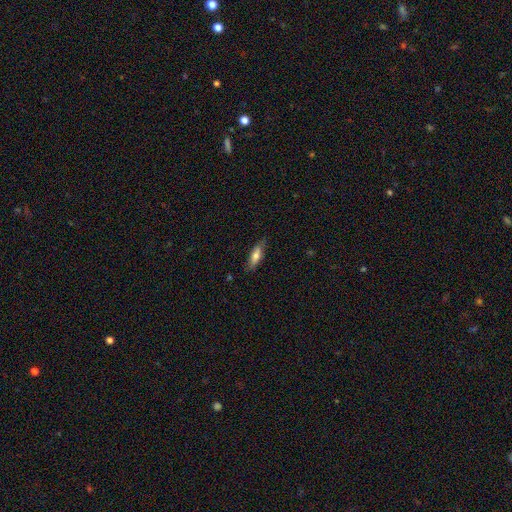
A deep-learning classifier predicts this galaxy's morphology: Smooth or featured? smooth (66%)
How rounded? in between (55%)
Merging? none (77%)